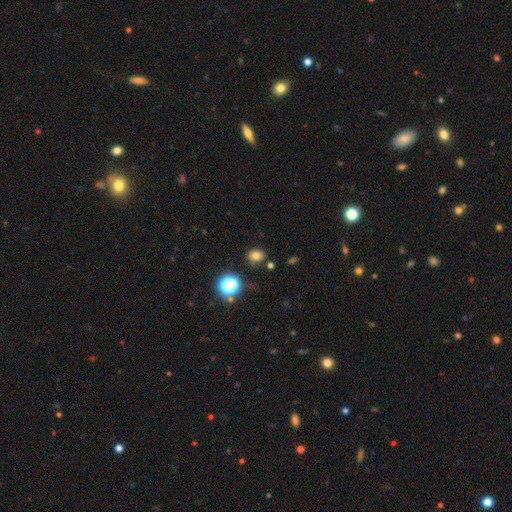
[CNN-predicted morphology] Smooth or featured? Predicted: smooth (p=0.73). How rounded? Predicted: round (p=0.57). Merging? Predicted: none (p=0.82).